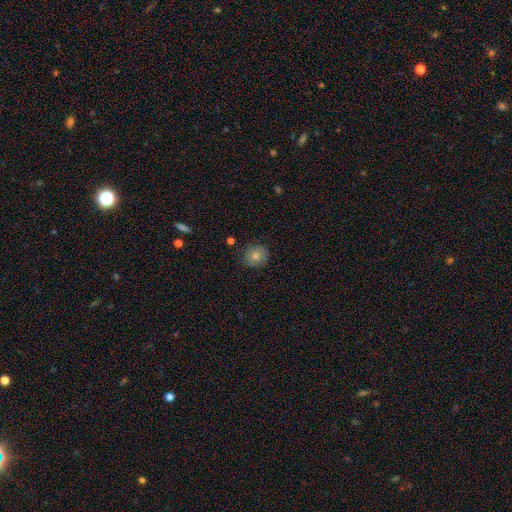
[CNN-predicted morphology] smooth 63%, featured or disk 23%, star or artifact 14%. Down the decision tree: how rounded — round (86%); merging — none (84%).